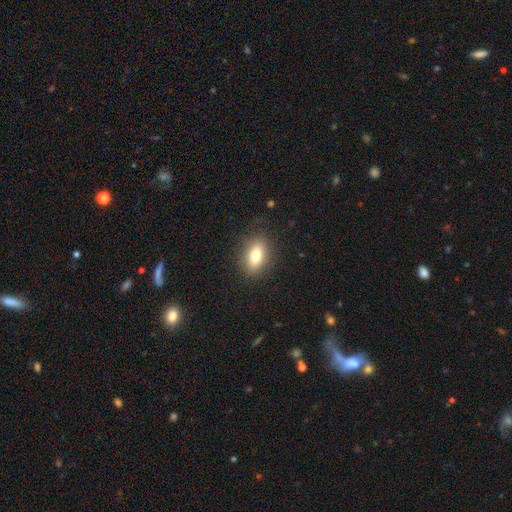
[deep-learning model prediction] smooth 76%, featured or disk 16%, star or artifact 9%. Down the decision tree: how rounded — in between (82%); merging — none (84%).